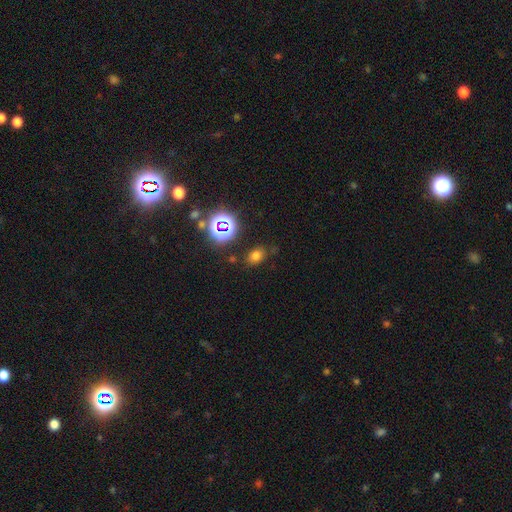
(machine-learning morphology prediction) This is likely a smooth galaxy (66%). How rounded: likely in between (67%). Merging: likely none (79%).